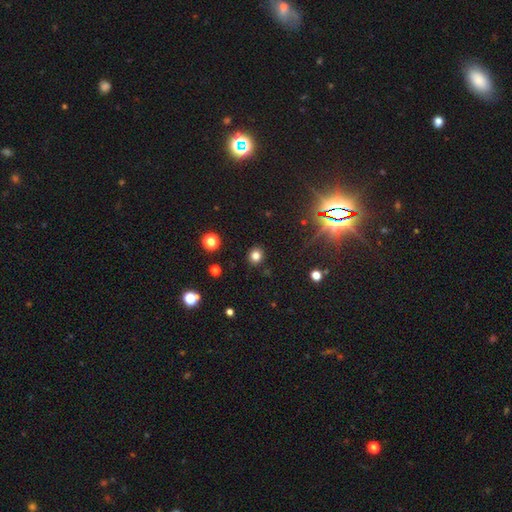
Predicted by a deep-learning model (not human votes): Smooth or featured? smooth (80%)
How rounded? round (79%)
Merging? none (90%)